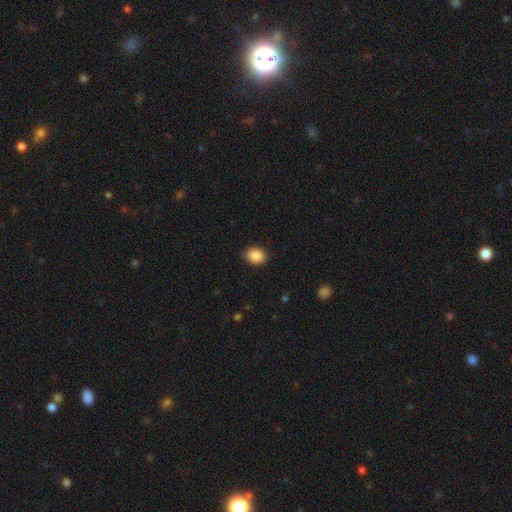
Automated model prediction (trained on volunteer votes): smooth 89%, star or artifact 8%, featured or disk 3%. Down the decision tree: how rounded — in between (62%); merging — none (84%).